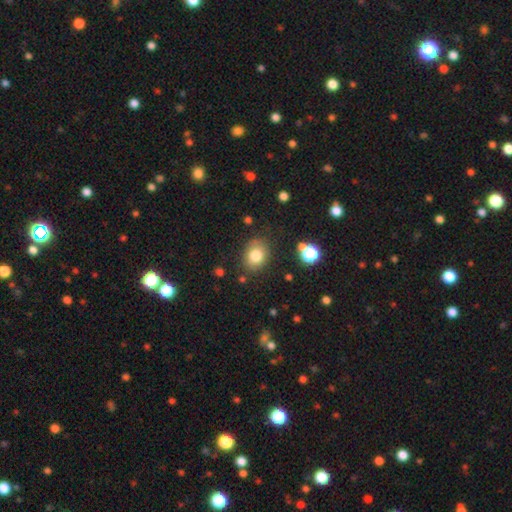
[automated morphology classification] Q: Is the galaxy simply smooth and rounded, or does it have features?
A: smooth — 80%.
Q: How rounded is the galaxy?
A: round — 52%.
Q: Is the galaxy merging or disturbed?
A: none — 79%.